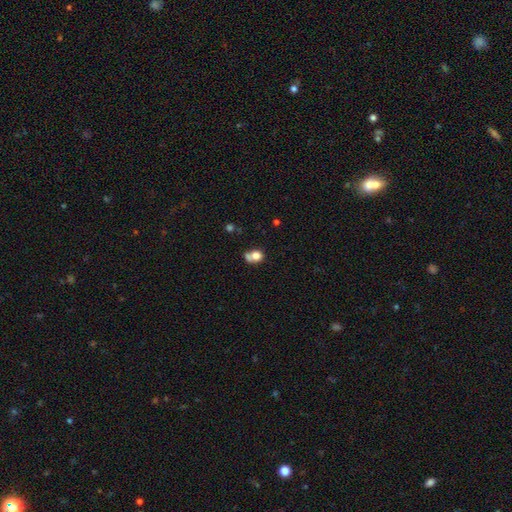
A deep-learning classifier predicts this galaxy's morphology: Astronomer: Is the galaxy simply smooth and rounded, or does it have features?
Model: smooth — 75%.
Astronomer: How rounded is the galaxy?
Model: round — 56% (runner-up: in between, 43%).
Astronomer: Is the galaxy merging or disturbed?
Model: merger — 38% (runner-up: none, 35%).